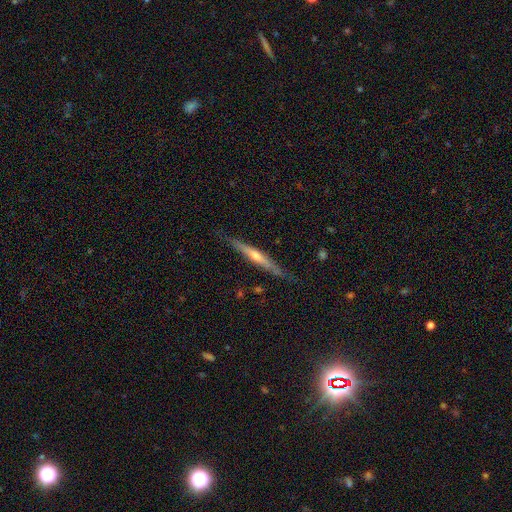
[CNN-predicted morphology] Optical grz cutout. It shows a featured or disk galaxy (71%) viewed edge-on (96%) with a rounded central bulge (76%). Merging: none (82%).